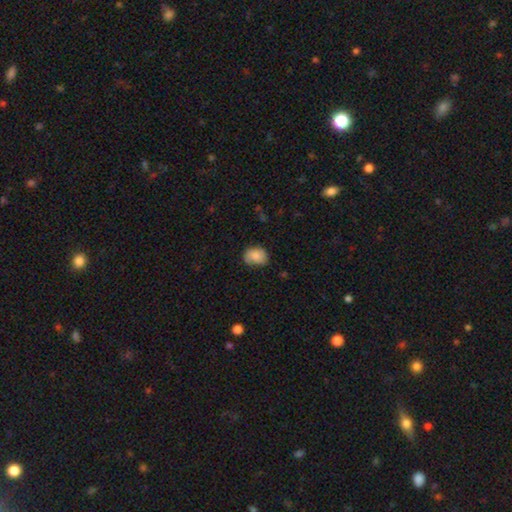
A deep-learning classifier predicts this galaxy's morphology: A smooth galaxy with no disk features (81%) that is in between round and cigar-shaped (59%). Merging: none (61%).